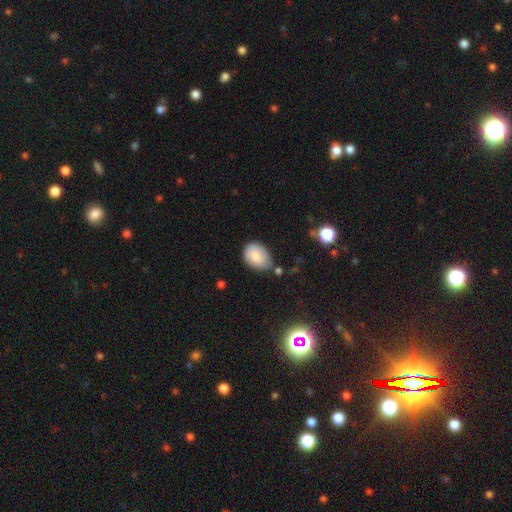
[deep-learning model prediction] This appears to be a smooth galaxy with no disk features (80%) that is in between round and cigar-shaped (73%). Merging: none (64%).